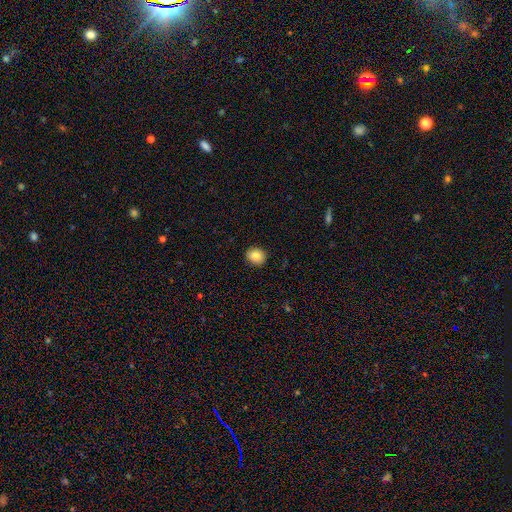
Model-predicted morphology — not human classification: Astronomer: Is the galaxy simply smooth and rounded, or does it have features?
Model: smooth — 84%.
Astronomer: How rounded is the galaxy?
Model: round — 73%.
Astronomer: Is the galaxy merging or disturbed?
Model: none — 90%.